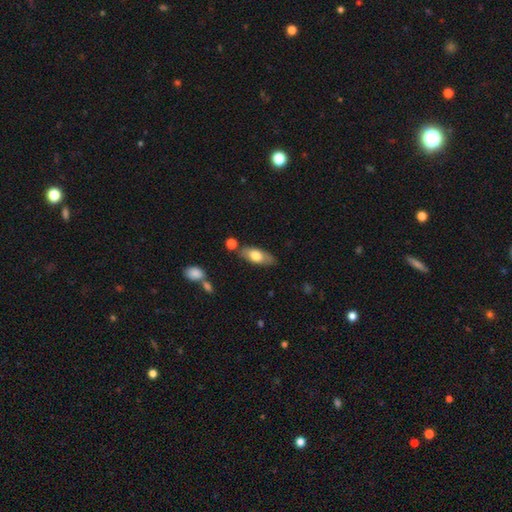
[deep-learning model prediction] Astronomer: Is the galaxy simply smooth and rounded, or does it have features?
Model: smooth — 69%.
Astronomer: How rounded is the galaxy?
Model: in between — 79%.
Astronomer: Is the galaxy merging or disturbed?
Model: none — 75%.